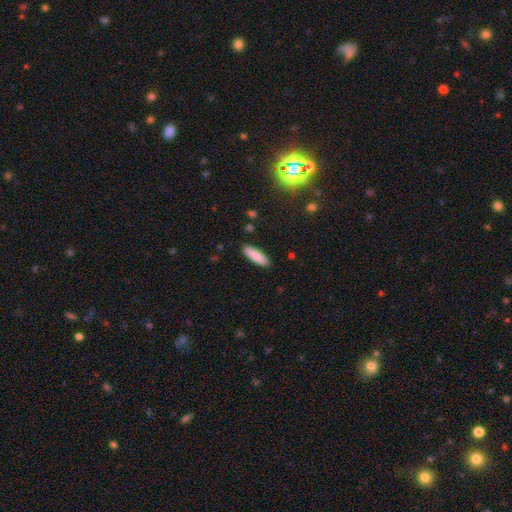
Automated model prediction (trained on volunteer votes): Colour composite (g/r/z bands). It shows a smooth galaxy with no disk features (87%) that is cigar-shaped (56%). Merging: none (89%).